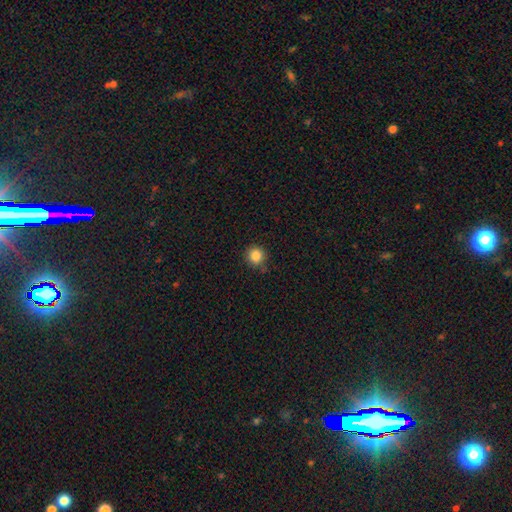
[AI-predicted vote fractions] Smooth or featured?
  - smooth: 85% *
  - star or artifact: 11%
  - featured or disk: 4%
How rounded?
  - round: 94% *
  - in between: 6%
  - cigar-shaped: 1%
Merging?
  - none: 83% *
  - minor disturbance: 12%
  - major disturbance: 3%
  - merger: 2%